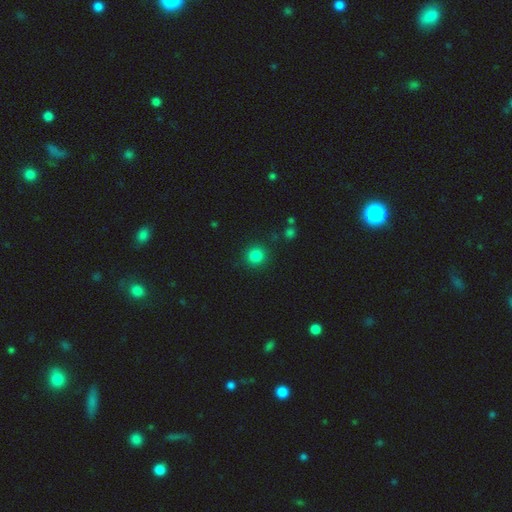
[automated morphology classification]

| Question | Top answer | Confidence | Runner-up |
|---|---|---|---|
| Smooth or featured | smooth | 84% | star or artifact (12%) |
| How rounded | round | 92% | in between (7%) |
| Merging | none | 90% | minor disturbance (6%) |